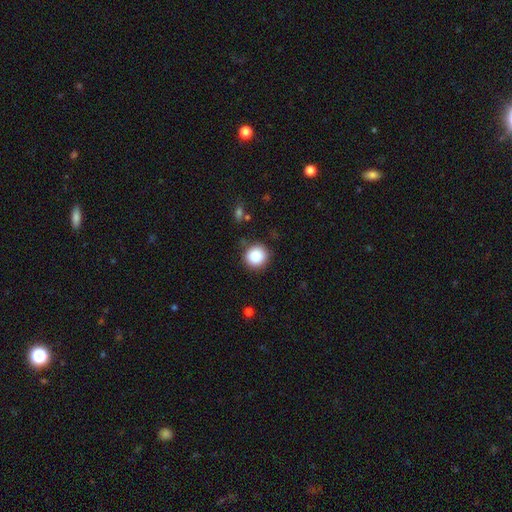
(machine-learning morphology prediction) This is clearly a smooth galaxy (86%). How rounded: clearly round (94%). Merging: clearly none (87%).